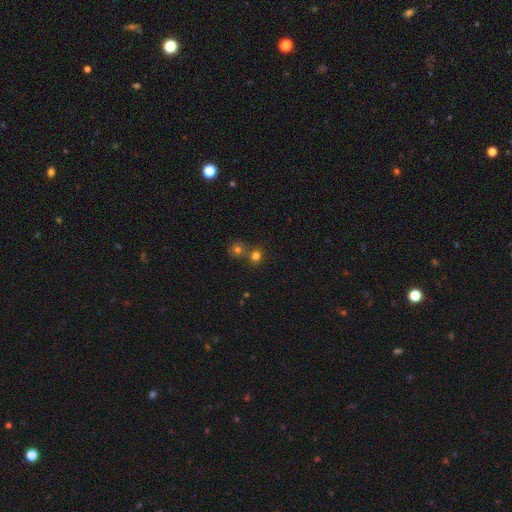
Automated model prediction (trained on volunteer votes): Q: Smooth or featured?
A: smooth (75%); runner-up: star or artifact (17%)
Q: How rounded?
A: round (82%); runner-up: in between (17%)
Q: Merging?
A: none (58%); runner-up: merger (31%)